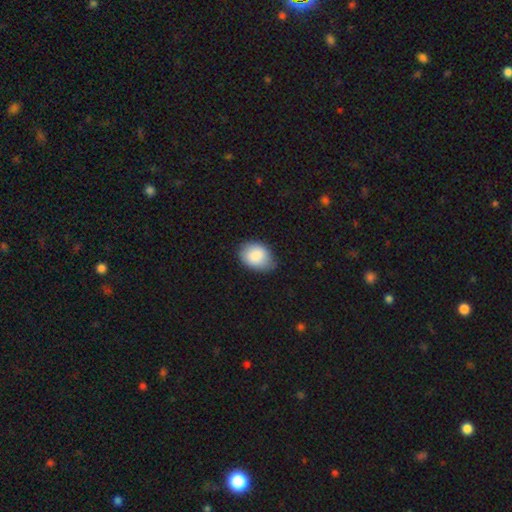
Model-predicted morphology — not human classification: The model was most divided on "merging": none: 69%, minor disturbance: 26%, major disturbance: 4%, merger: 1%. More confident: smooth or featured — smooth (88%); how rounded — in between (75%).